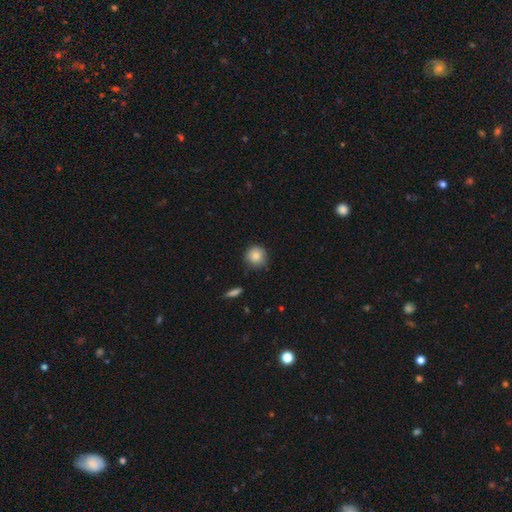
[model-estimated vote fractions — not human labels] The model was most divided on "merging": none: 82%, minor disturbance: 14%, major disturbance: 3%, merger: 2%. More confident: how rounded — round (92%); smooth or featured — smooth (85%).